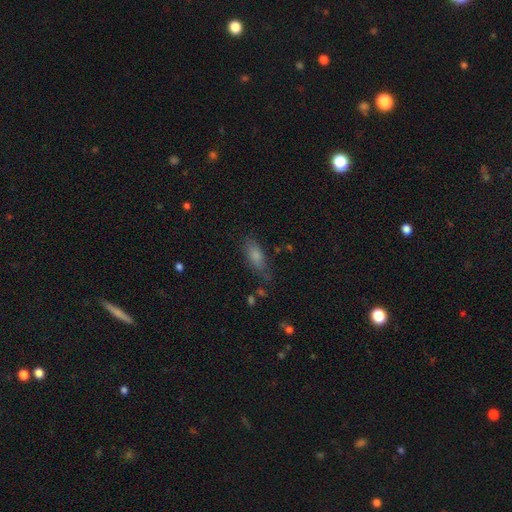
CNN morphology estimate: A smooth galaxy with no disk features (77%) that is in between round and cigar-shaped (72%).

Vote fractions:
- Smooth or featured? smooth: 77% / featured or disk: 14% / star or artifact: 9%
- How rounded? in between: 72% / cigar-shaped: 25% / round: 3%
- Merging? none: 69% / minor disturbance: 22% / major disturbance: 6% / merger: 3%